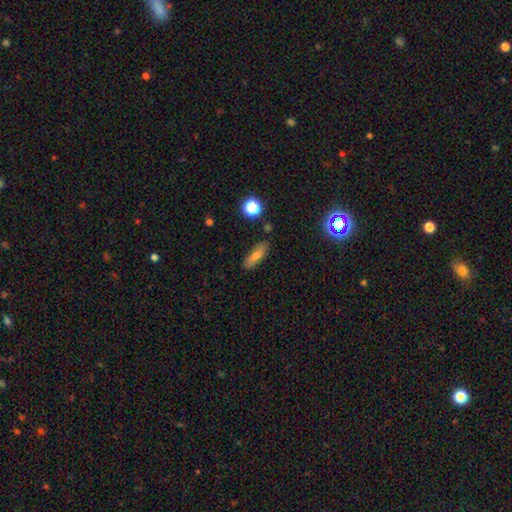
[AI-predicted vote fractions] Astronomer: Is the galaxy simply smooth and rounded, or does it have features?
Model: smooth — 67%.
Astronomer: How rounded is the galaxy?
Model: cigar-shaped — 51% (runner-up: in between, 44%).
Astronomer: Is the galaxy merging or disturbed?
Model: none — 83%.